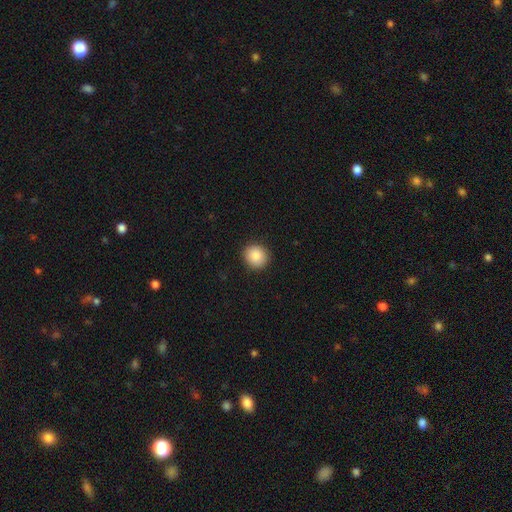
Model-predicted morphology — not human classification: smooth 87%, star or artifact 9%, featured or disk 5%. Down the decision tree: how rounded — round (86%); merging — none (91%).